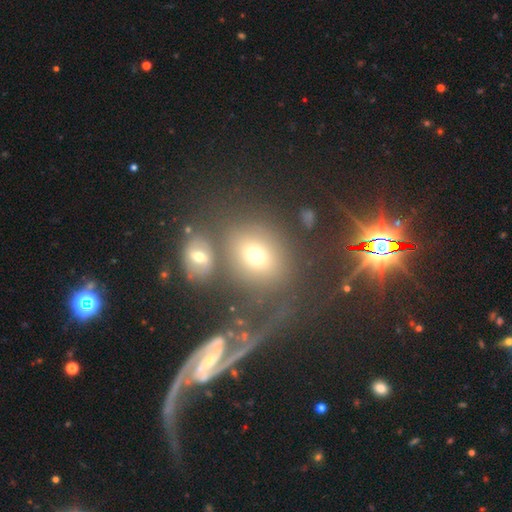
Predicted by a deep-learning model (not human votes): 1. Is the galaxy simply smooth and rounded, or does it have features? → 60% smooth, 20% featured or disk, 19% star or artifact.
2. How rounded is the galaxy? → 50% round, 48% in between, 2% cigar-shaped.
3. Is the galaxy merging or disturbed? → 57% none, 17% merger, 14% minor disturbance, 12% major disturbance.